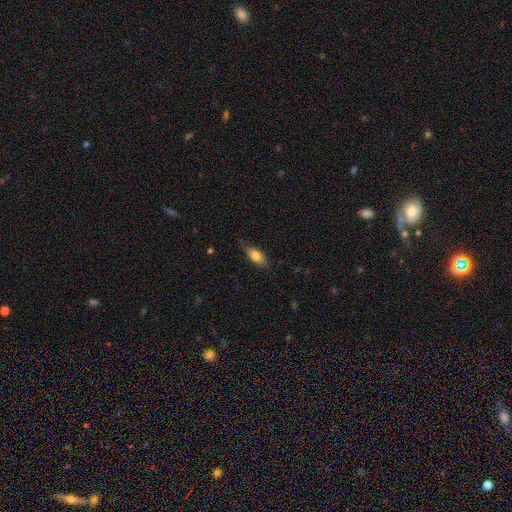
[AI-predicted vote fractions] Smooth or featured: smooth — 78% (featured or disk — 15%)
How rounded: in between — 81% (cigar-shaped — 15%)
Merging: none — 77% (minor disturbance — 18%)